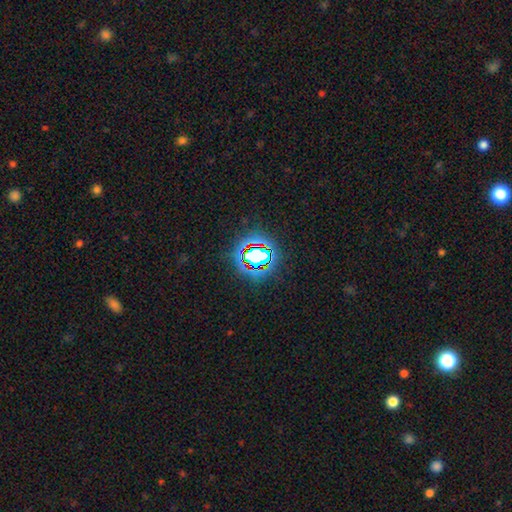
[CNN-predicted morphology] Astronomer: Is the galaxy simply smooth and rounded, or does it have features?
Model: star or artifact — 65%.